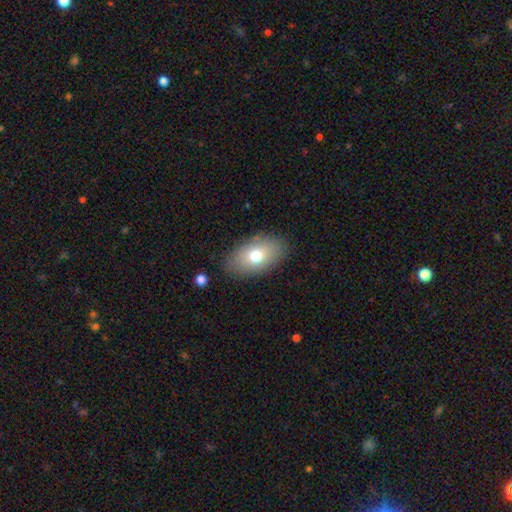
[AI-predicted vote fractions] Q: Smooth or featured?
A: smooth (73%); runner-up: featured or disk (18%)
Q: How rounded?
A: in between (91%); runner-up: round (7%)
Q: Merging?
A: none (84%); runner-up: minor disturbance (11%)